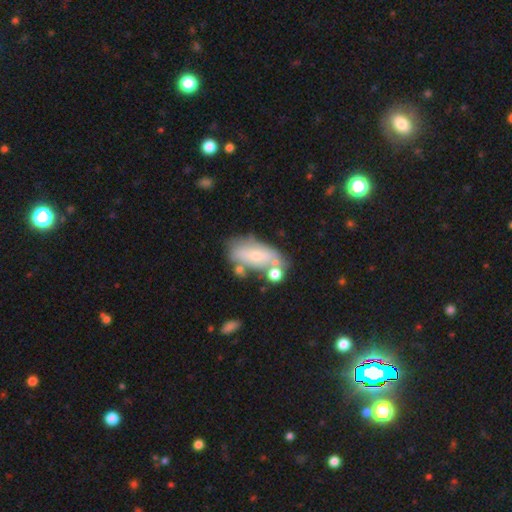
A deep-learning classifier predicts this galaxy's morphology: smooth 55%, featured or disk 36%, star or artifact 8%. Down the decision tree: how rounded — in between (85%); merging — none (46%).